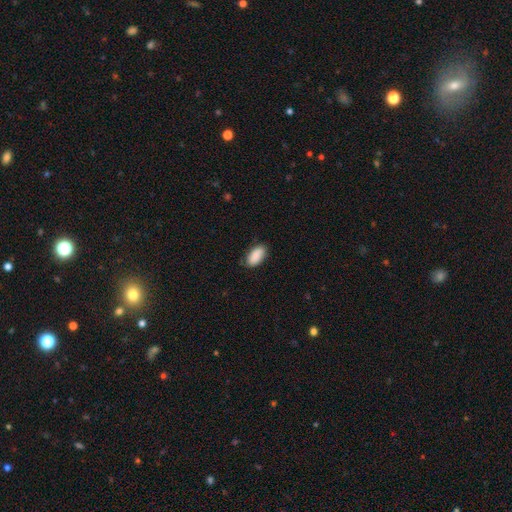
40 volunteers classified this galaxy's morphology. Smooth or featured? 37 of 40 (92%) said smooth. How rounded? 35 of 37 (95%) said in between. Merging? 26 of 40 (65%) said none.